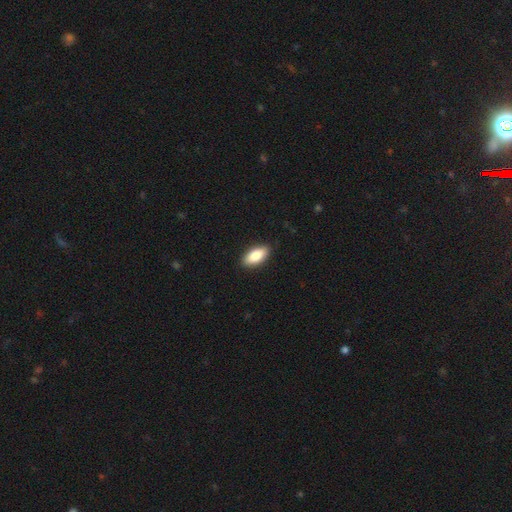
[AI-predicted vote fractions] Overall: smooth (87%). How rounded: in between (91%). Merging: none (89%).